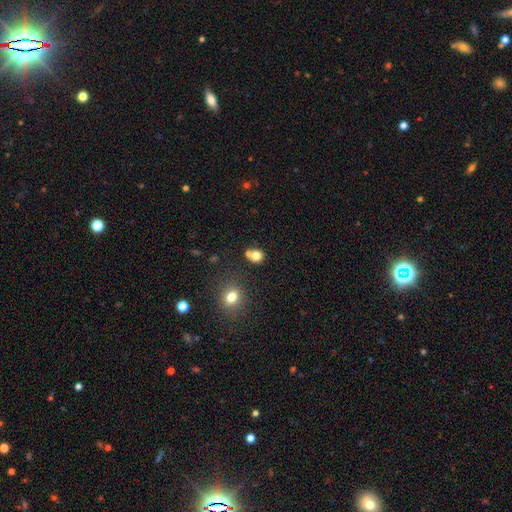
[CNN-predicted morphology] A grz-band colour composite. It shows a smooth galaxy with no disk features (79%) that is round (77%). Merging: none (56%).